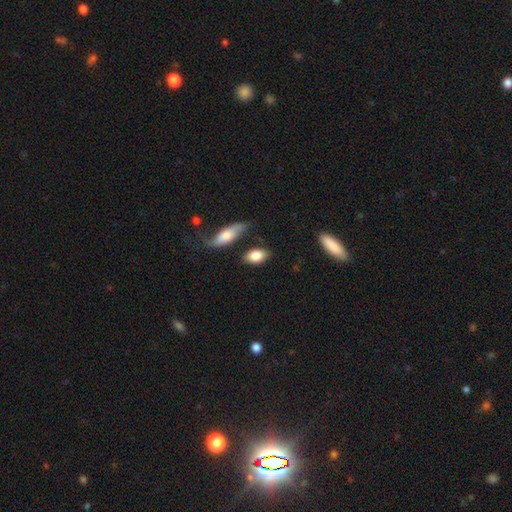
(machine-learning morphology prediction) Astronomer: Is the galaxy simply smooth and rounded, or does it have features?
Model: smooth — 83%.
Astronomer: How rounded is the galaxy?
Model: in between — 89%.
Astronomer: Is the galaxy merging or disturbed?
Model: none — 69%.